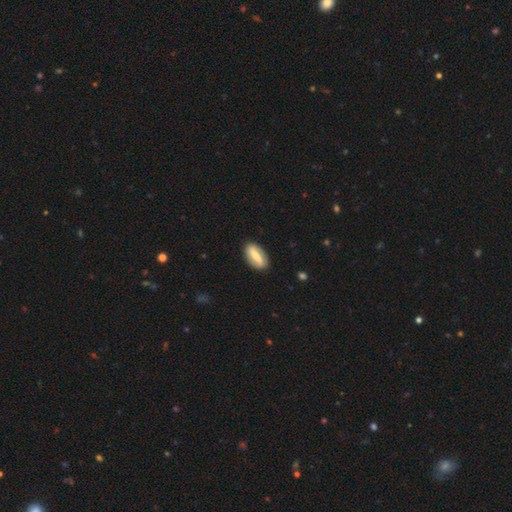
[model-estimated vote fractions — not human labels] Q: Smooth or featured?
A: smooth (53%); runner-up: featured or disk (40%)
Q: How rounded?
A: in between (74%); runner-up: cigar-shaped (21%)
Q: Merging?
A: none (87%); runner-up: minor disturbance (10%)